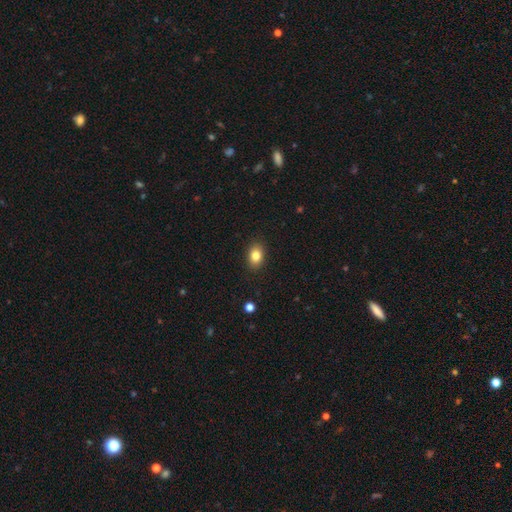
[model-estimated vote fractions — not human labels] Smooth or featured? smooth (83%)
How rounded? in between (76%)
Merging? none (89%)